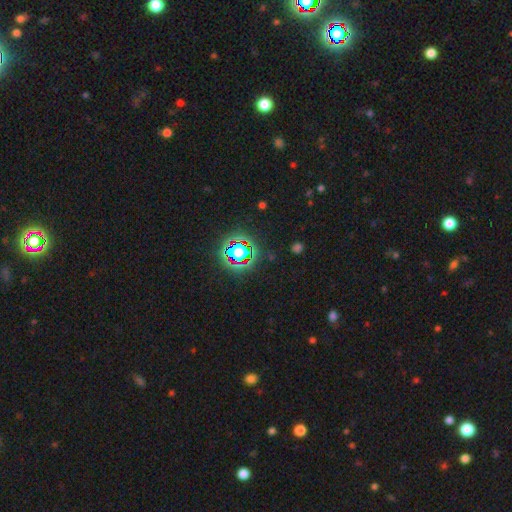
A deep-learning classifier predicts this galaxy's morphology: Q: Smooth or featured?
A: star or artifact (79%); runner-up: smooth (14%)